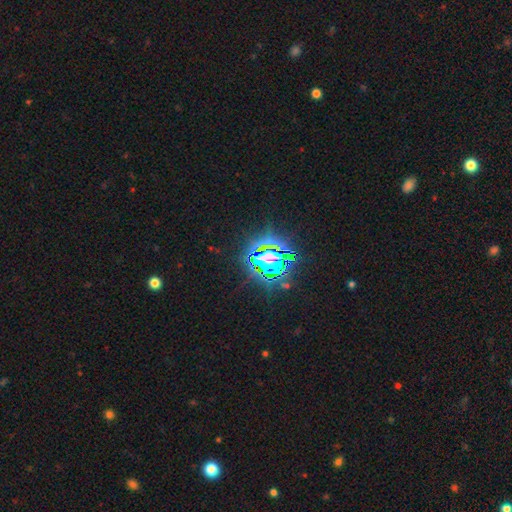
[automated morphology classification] Overall: star or artifact (72%).